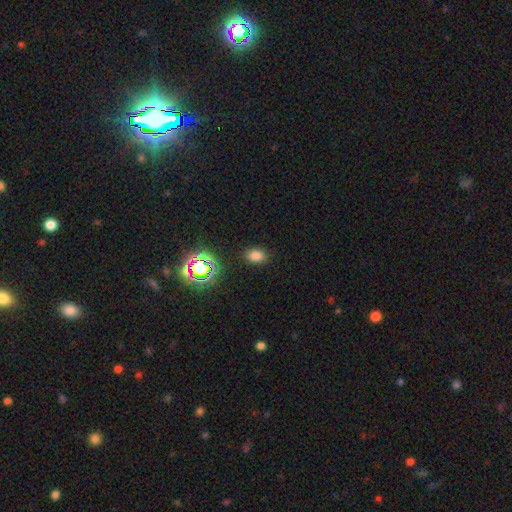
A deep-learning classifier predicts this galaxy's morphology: This is likely a smooth galaxy (74%). How rounded: likely in between (74%). Merging: clearly none (86%).